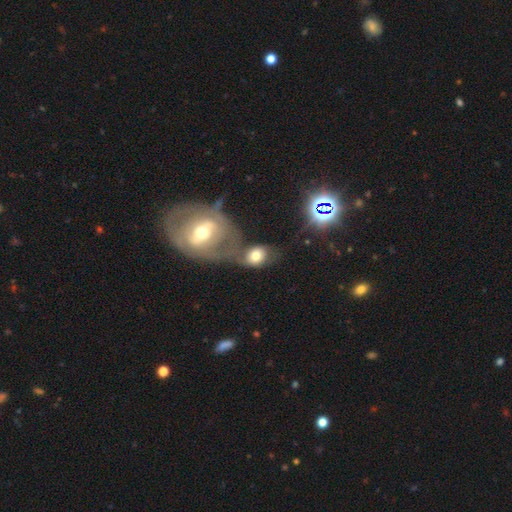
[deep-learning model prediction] Smooth or featured: smooth — 63% (featured or disk — 27%)
How rounded: in between — 52% (round — 47%)
Merging: merger — 46% (none — 28%)